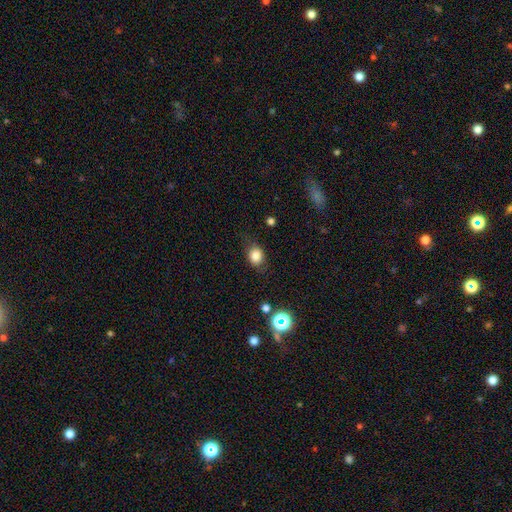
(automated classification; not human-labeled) A smooth galaxy with no disk features (80%) that is in between round and cigar-shaped (50%). Merging: none (71%).